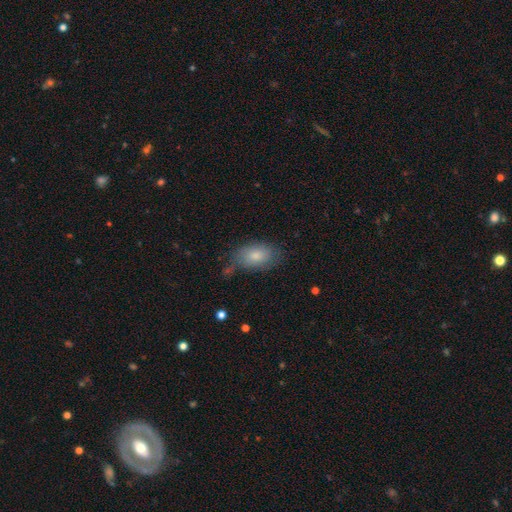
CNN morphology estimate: type=smooth (78%); roundness=in between (90%); merging=none (61%).